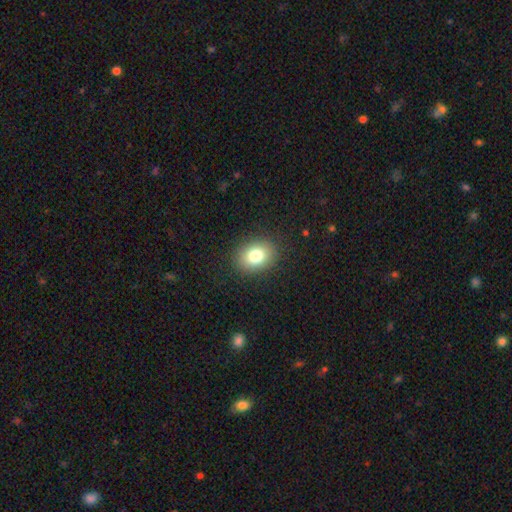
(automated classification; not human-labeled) Overall: smooth (80%). How rounded: in between (60%; round 39%). Merging: none (88%).